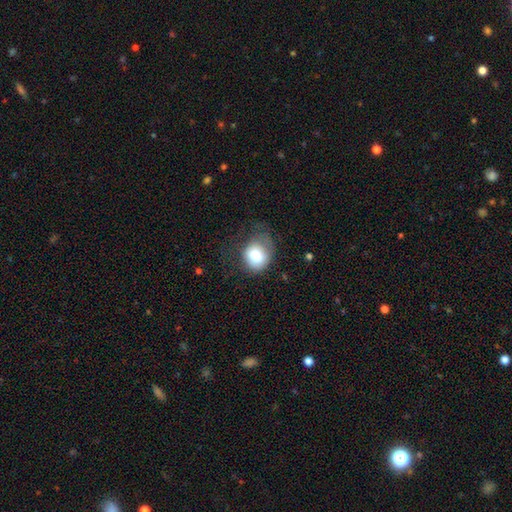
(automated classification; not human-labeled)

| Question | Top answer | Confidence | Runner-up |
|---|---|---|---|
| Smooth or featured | smooth | 80% | featured or disk (12%) |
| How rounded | round | 59% | in between (40%) |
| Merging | none | 37% | minor disturbance (32%) |